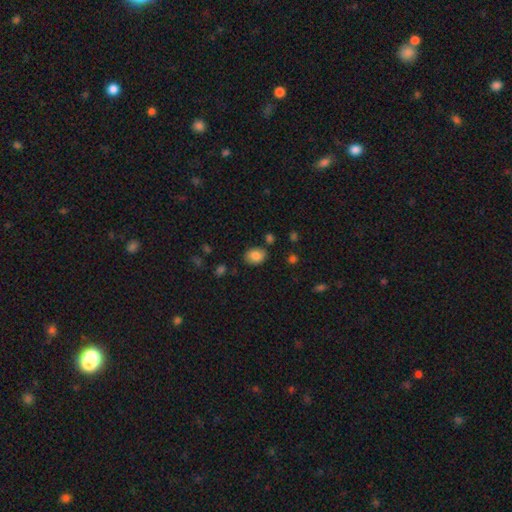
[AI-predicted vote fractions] This appears to be a smooth galaxy with no disk features (83%) that is in between round and cigar-shaped (70%). Merging: none (78%).